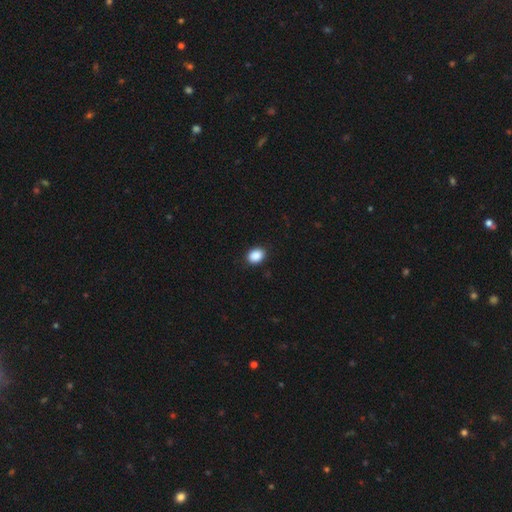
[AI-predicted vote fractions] Smooth or featured?
  - smooth: 90% *
  - star or artifact: 8%
  - featured or disk: 2%
How rounded?
  - in between: 66% *
  - round: 33%
  - cigar-shaped: 1%
Merging?
  - none: 90% *
  - minor disturbance: 8%
  - major disturbance: 2%
  - merger: 1%